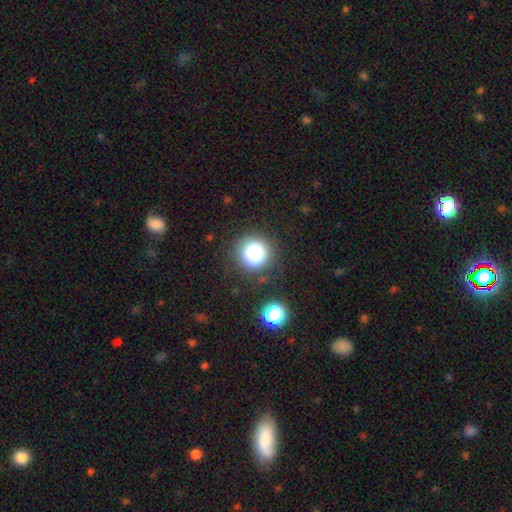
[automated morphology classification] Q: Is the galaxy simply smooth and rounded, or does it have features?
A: smooth — 81%.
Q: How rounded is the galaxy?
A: round — 94%.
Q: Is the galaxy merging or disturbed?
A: none — 84%.